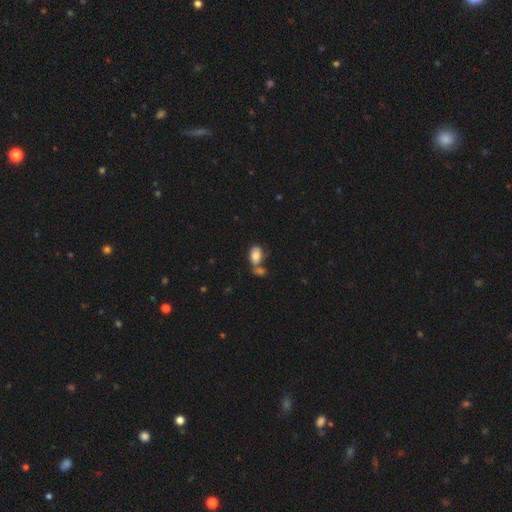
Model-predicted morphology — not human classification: type=smooth (80%); roundness=in between (90%); merging=merger (43%).